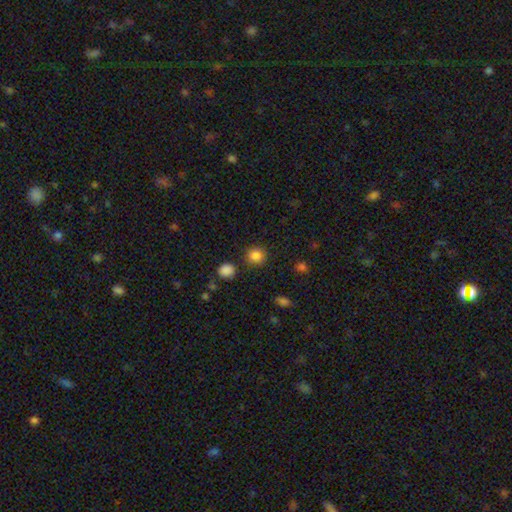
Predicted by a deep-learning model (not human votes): This is clearly a smooth galaxy (85%). How rounded: clearly round (89%). Merging: clearly none (85%).